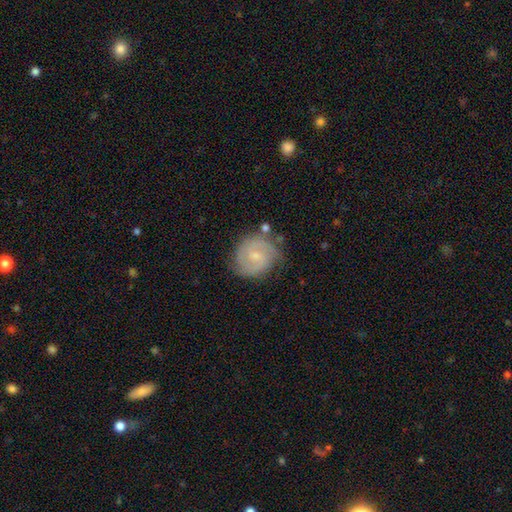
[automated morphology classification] Smooth or featured?
  - featured or disk: 78% *
  - smooth: 16%
  - star or artifact: 6%
Edge-on disk?
  - no: 98% *
  - yes: 2%
Bar?
  - weak: 50% *
  - no: 43%
  - strong: 8%
Spiral arms?
  - yes: 95% *
  - no: 5%
Spiral winding?
  - tight: 55% *
  - medium: 37%
  - loose: 8%
Spiral arm count?
  - 2: 72% *
  - can't tell: 12%
  - 3: 9%
  - 1: 3%
  - 4: 2%
  - more than 4: 2%
Bulge size?
  - small: 67% *
  - moderate: 25%
  - none: 7%
  - large: 1%
  - dominant: 1%
Merging?
  - none: 73% *
  - minor disturbance: 18%
  - major disturbance: 5%
  - merger: 4%